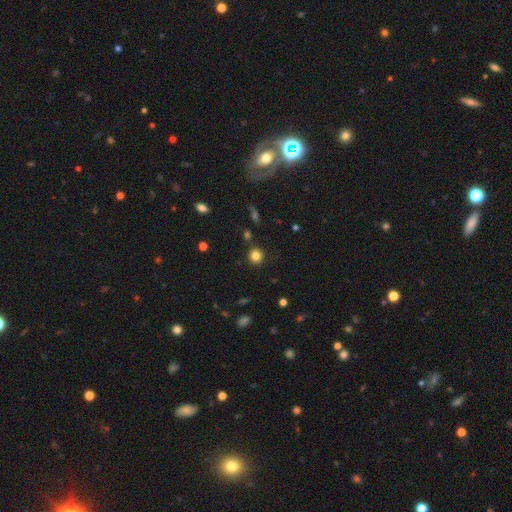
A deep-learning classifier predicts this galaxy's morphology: This is clearly a smooth galaxy (82%). How rounded: clearly round (92%). Merging: clearly none (88%).